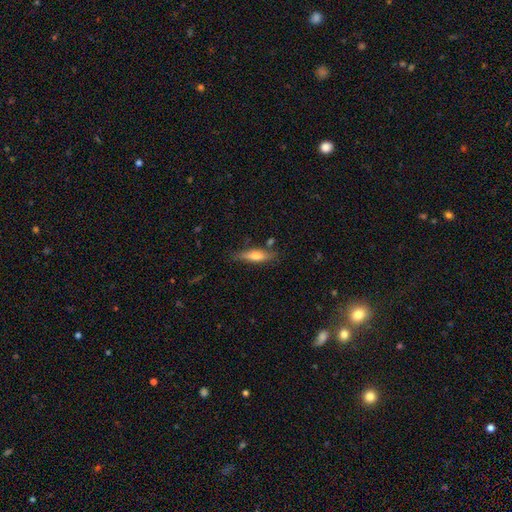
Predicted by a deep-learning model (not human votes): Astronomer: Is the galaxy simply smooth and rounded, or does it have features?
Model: smooth — 54% (runner-up: featured or disk, 39%).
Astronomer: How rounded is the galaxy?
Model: cigar-shaped — 72%.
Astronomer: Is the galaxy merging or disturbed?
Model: none — 78%.